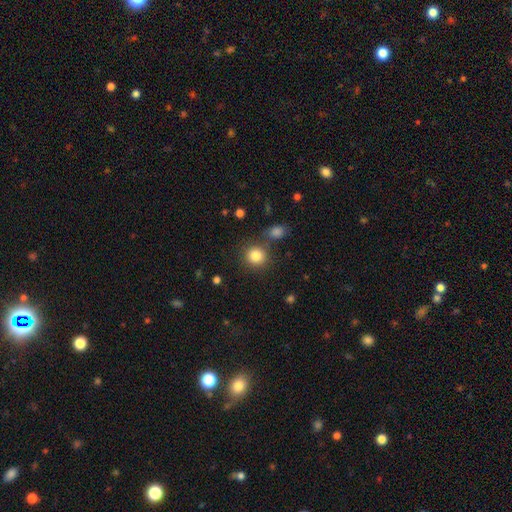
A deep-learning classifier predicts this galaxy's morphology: Smooth or featured?
  - smooth: 84% *
  - star or artifact: 10%
  - featured or disk: 5%
How rounded?
  - round: 89% *
  - in between: 10%
  - cigar-shaped: 1%
Merging?
  - none: 80% *
  - minor disturbance: 8%
  - merger: 8%
  - major disturbance: 3%